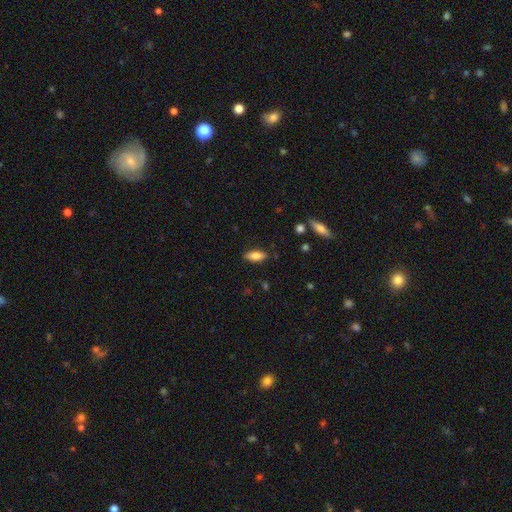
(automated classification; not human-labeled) Smooth or featured? smooth (79%)
How rounded? in between (76%)
Merging? none (85%)